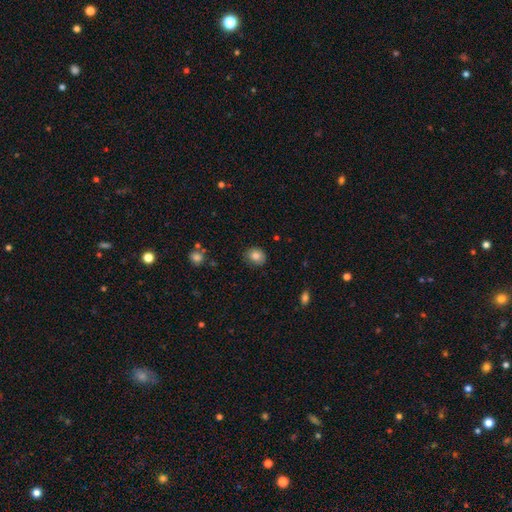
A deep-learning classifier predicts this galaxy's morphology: A smooth galaxy with no disk features (83%) that is round (65%). Merging: none (80%).